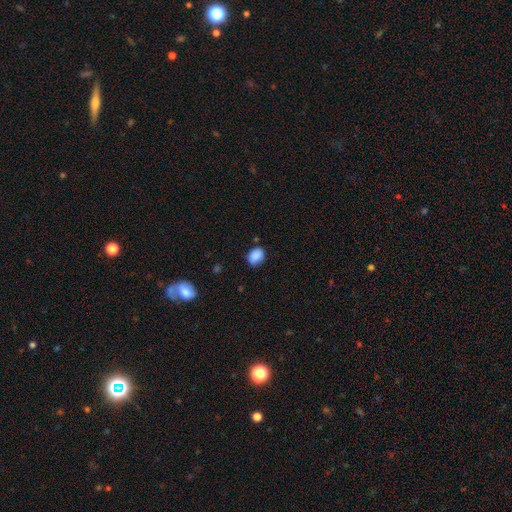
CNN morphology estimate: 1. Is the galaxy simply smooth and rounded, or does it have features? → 88% smooth, 8% star or artifact, 4% featured or disk.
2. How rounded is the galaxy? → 63% in between, 36% round, 1% cigar-shaped.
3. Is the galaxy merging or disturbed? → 77% none, 18% minor disturbance, 3% major disturbance, 2% merger.